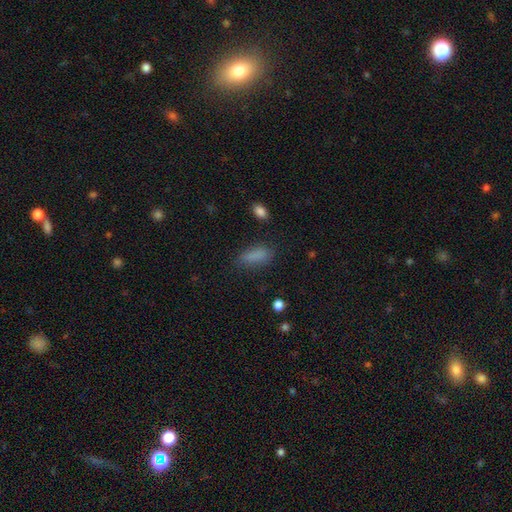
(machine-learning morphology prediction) Smooth or featured: smooth — 84% (star or artifact — 10%)
How rounded: in between — 69% (cigar-shaped — 28%)
Merging: none — 77% (minor disturbance — 16%)